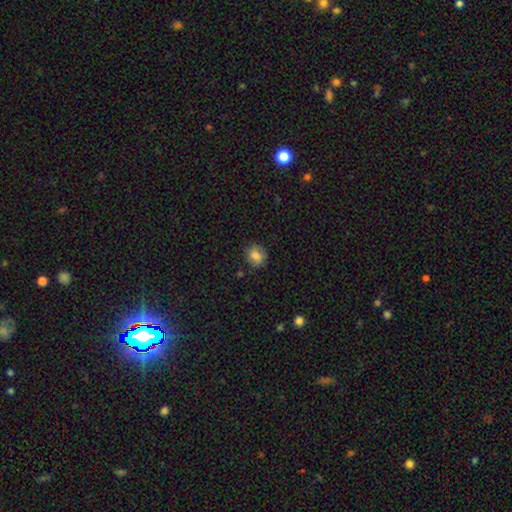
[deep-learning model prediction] Morphology: type=smooth (81%); roundness=round (73%); merging=none (80%).